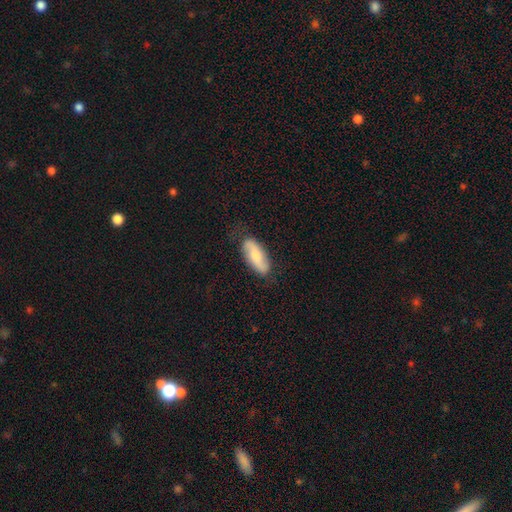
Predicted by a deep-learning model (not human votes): Q: Smooth or featured?
A: smooth (48%); runner-up: featured or disk (46%)
Q: Merging?
A: none (79%); runner-up: minor disturbance (16%)